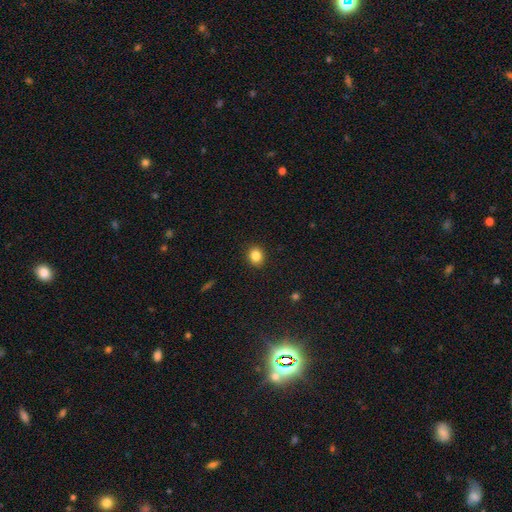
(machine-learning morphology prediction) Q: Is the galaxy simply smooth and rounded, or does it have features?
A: smooth — 84%.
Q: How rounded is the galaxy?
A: round — 76%.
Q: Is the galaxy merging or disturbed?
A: none — 91%.